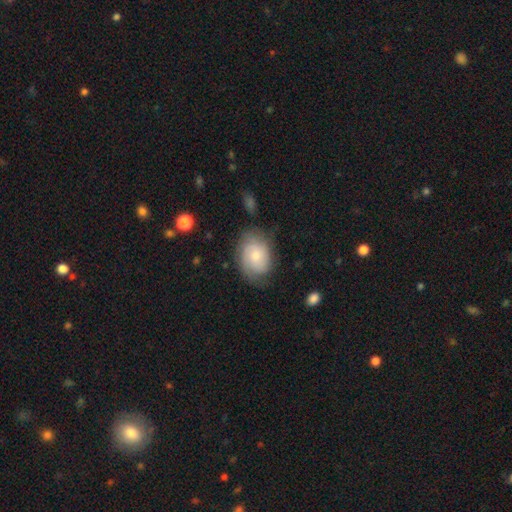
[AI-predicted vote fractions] This is possibly a smooth galaxy (59%). How rounded: likely in between (68%). Merging: likely none (64%).